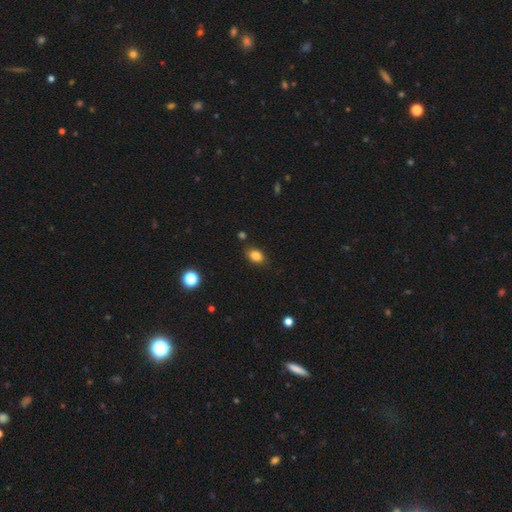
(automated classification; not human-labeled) Morphology: type=smooth (84%); roundness=in between (82%); merging=none (82%).